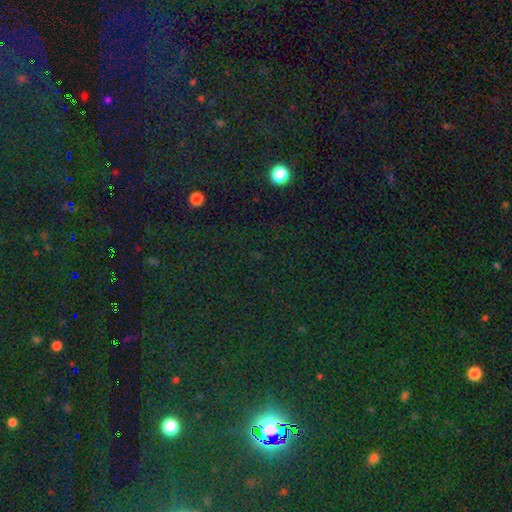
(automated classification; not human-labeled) Overall: star or artifact (79%).